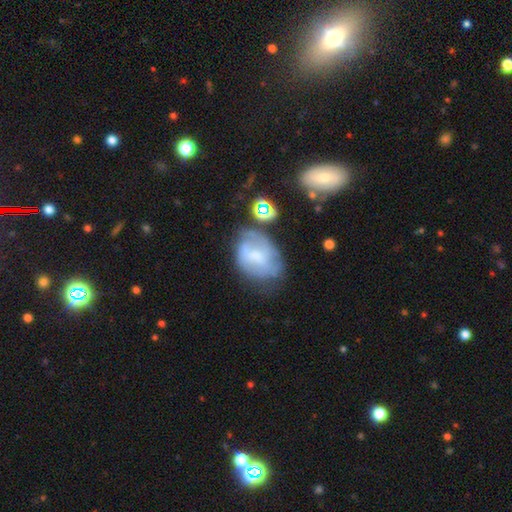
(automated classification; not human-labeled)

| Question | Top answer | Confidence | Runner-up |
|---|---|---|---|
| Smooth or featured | featured or disk | 47% | smooth (42%) |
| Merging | none | 42% | minor disturbance (29%) |